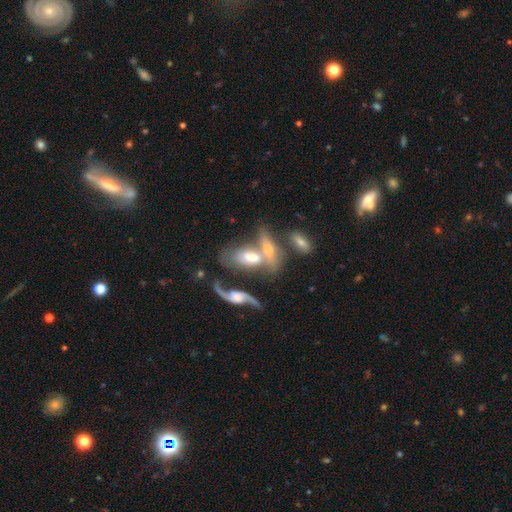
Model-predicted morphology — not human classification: type=featured or disk (57%); edge-on=no (66%); merging=merger (51%).